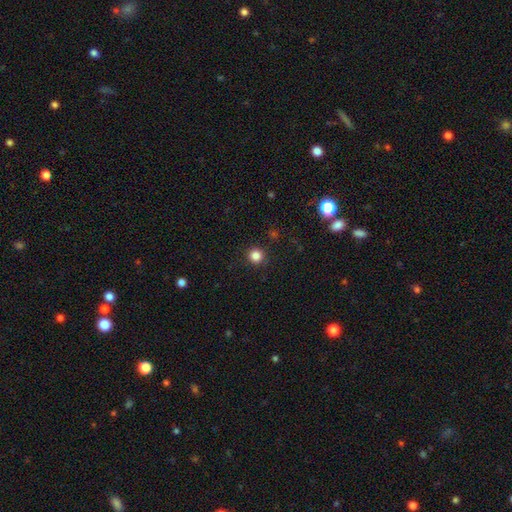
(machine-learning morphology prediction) This appears to be a smooth galaxy with no disk features (84%) that is round (94%). Merging: none (92%).